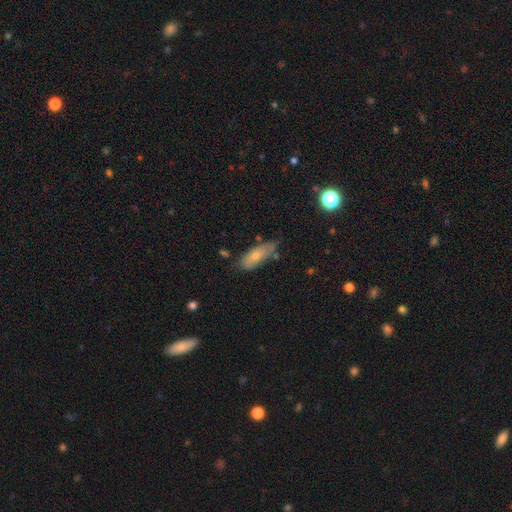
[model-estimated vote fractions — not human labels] Overall: smooth (68%). How rounded: in between (69%). Merging: none (62%; minor disturbance 28%).